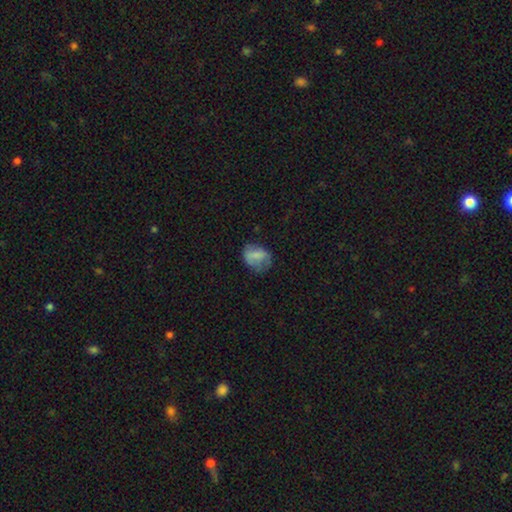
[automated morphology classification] Overall: smooth (70%). How rounded: in between (59%; round 39%). Merging: none (56%; minor disturbance 28%).